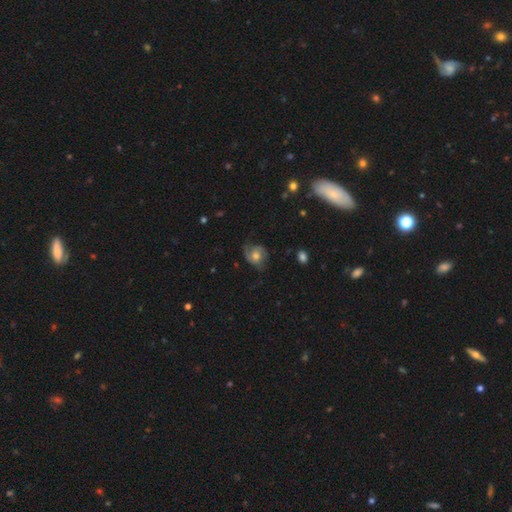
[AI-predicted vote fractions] Overall: featured or disk (67%). Edge-on disk: no (97%). Bar: no (71%). Spiral arms: yes (91%). Spiral arm count: 2 (62%). Spiral winding: medium (45%; tight 34%). Bulge size: moderate (65%). Merging: none (62%; minor disturbance 23%).